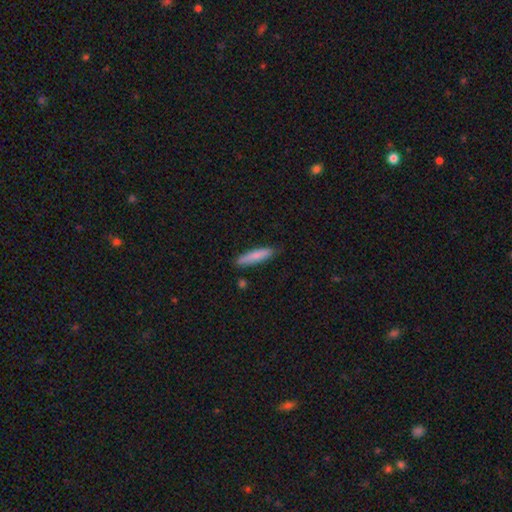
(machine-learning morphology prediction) Smooth or featured? Predicted: smooth (p=0.81). How rounded? Predicted: cigar-shaped (p=0.84). Merging? Predicted: none (p=0.85).